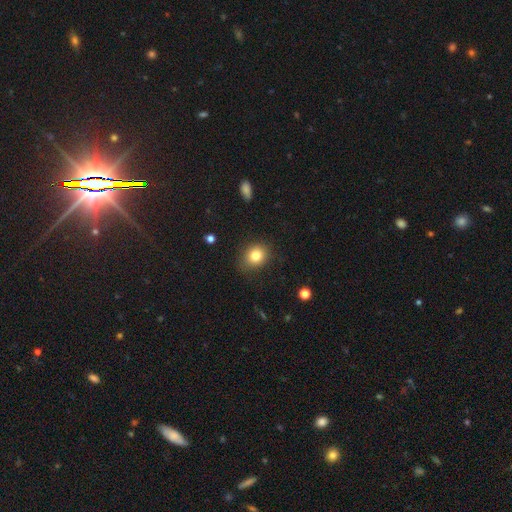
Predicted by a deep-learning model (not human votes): A smooth galaxy with no disk features (82%) that is round (64%). Merging: none (80%).